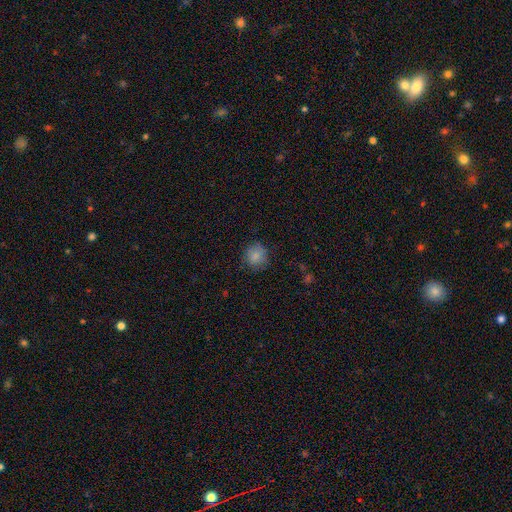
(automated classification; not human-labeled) A smooth galaxy with no disk features (86%) that is round (88%). Merging: none (83%).